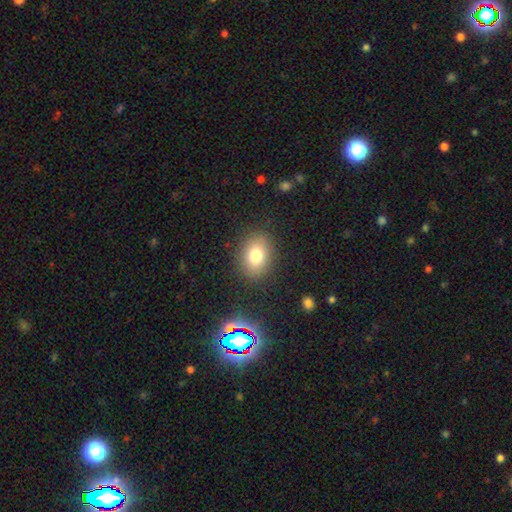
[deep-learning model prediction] The model was most divided on "how rounded": in between: 57%, round: 42%, cigar-shaped: 1%. More confident: merging — none (86%); smooth or featured — smooth (77%).